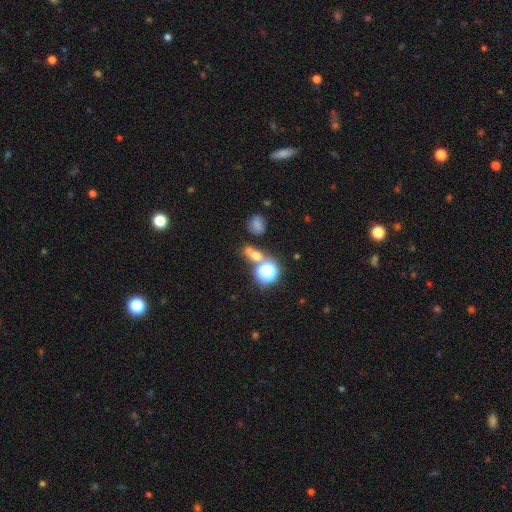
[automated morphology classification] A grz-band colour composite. It shows a smooth galaxy with no disk features (53%) that is round (62%). Merging: none (58%).